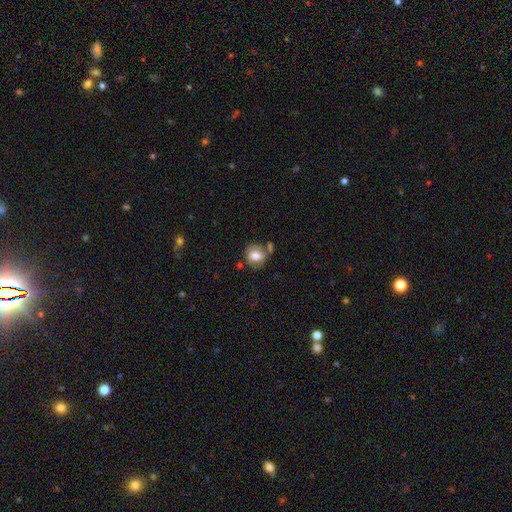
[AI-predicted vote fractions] Smooth or featured? Predicted: smooth (p=0.72). How rounded? Predicted: round (p=0.79). Merging? Predicted: none (p=0.60).